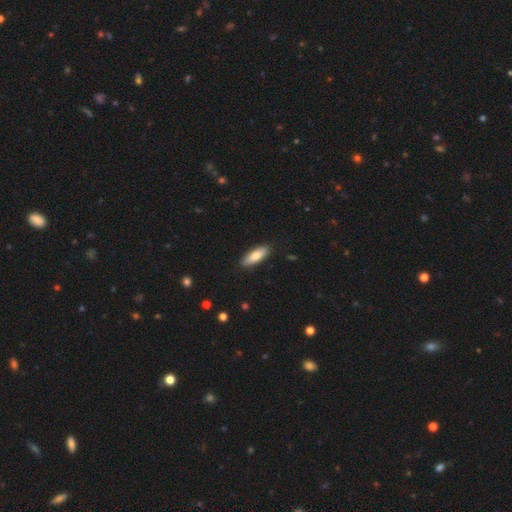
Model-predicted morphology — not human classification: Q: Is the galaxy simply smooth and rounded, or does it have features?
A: smooth — 73%.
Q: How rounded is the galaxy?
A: in between — 54%.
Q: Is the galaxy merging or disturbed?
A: none — 89%.